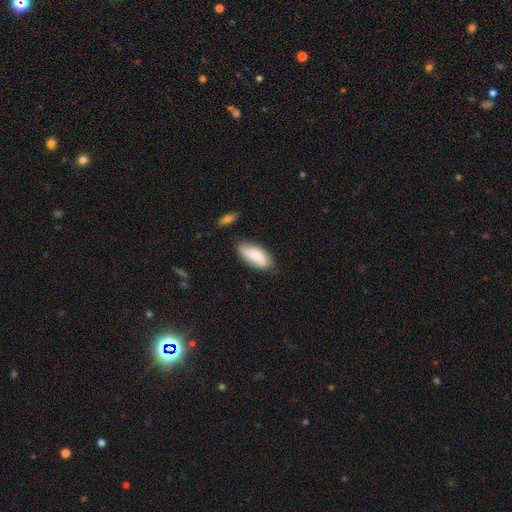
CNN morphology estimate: smooth-or-featured: smooth: 76% | featured or disk: 17% | star or artifact: 6%
  how-rounded: in between: 85% | cigar-shaped: 13% | round: 2%
  merging: none: 71% | minor disturbance: 21% | major disturbance: 4% | merger: 3%